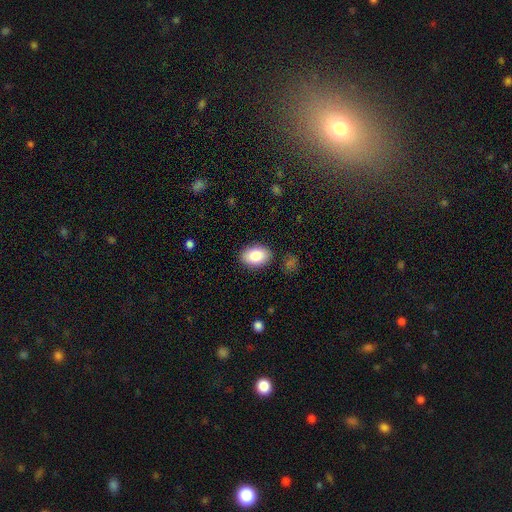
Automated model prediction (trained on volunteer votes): A smooth galaxy with no disk features (86%) that is in between round and cigar-shaped (84%).

Vote fractions:
- Smooth or featured? smooth: 86% / featured or disk: 7% / star or artifact: 7%
- How rounded? in between: 84% / round: 15% / cigar-shaped: 1%
- Merging? none: 87% / minor disturbance: 9% / major disturbance: 2% / merger: 1%